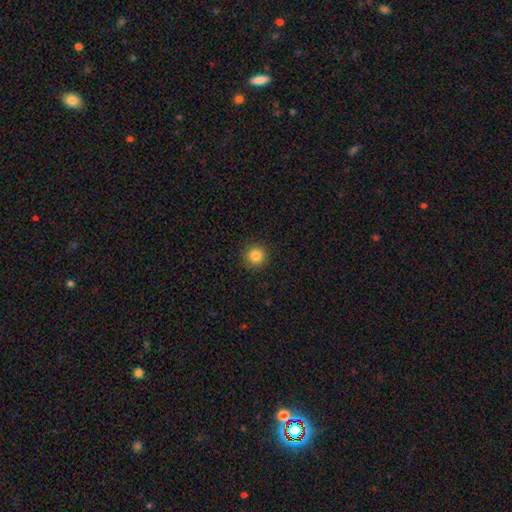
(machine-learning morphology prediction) Smooth or featured?
  - smooth: 84% *
  - star or artifact: 11%
  - featured or disk: 5%
How rounded?
  - round: 95% *
  - in between: 4%
  - cigar-shaped: 1%
Merging?
  - none: 91% *
  - minor disturbance: 6%
  - major disturbance: 2%
  - merger: 1%